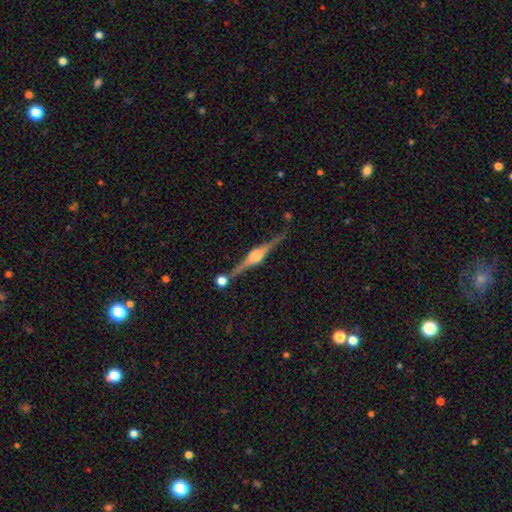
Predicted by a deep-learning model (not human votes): Smooth or featured?
  - featured or disk: 88% *
  - smooth: 6%
  - star or artifact: 6%
Edge-on disk?
  - yes: 98% *
  - no: 2%
Edge-on bulge?
  - rounded: 89% *
  - boxy: 9%
  - none: 2%
Merging?
  - none: 83% *
  - minor disturbance: 9%
  - merger: 5%
  - major disturbance: 2%